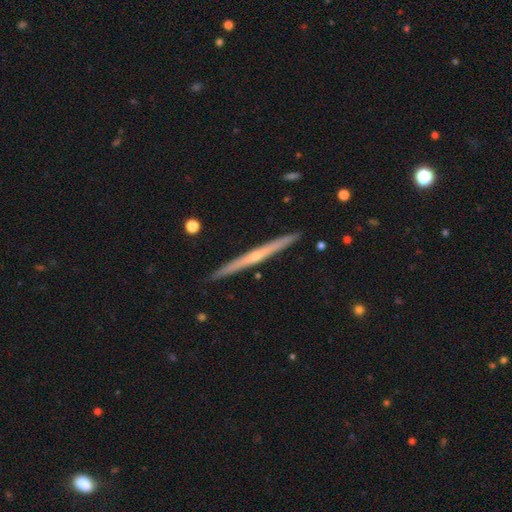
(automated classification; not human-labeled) This appears to be a featured or disk galaxy (73%) viewed edge-on (98%) with a rounded central bulge (54%). Merging: none (92%).